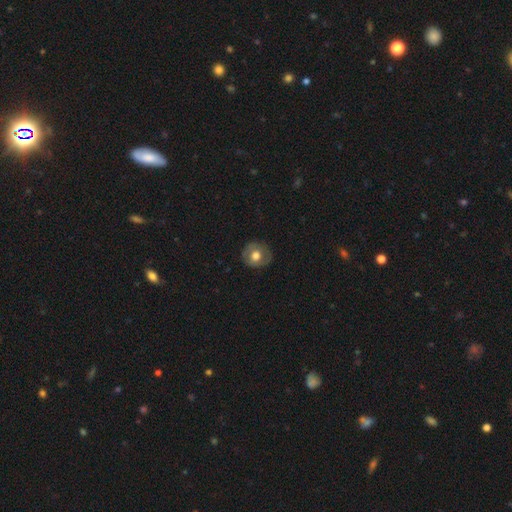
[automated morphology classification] A smooth galaxy with no disk features (57%) that is round (83%). Merging: none (82%).